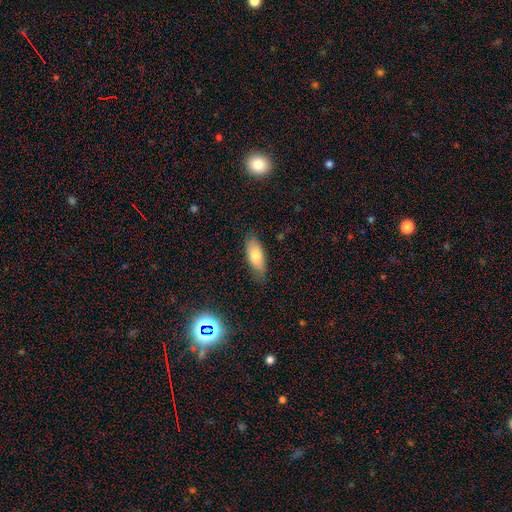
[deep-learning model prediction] Q: Smooth or featured?
A: smooth (74%); runner-up: featured or disk (19%)
Q: How rounded?
A: in between (77%); runner-up: cigar-shaped (21%)
Q: Merging?
A: none (81%); runner-up: minor disturbance (15%)